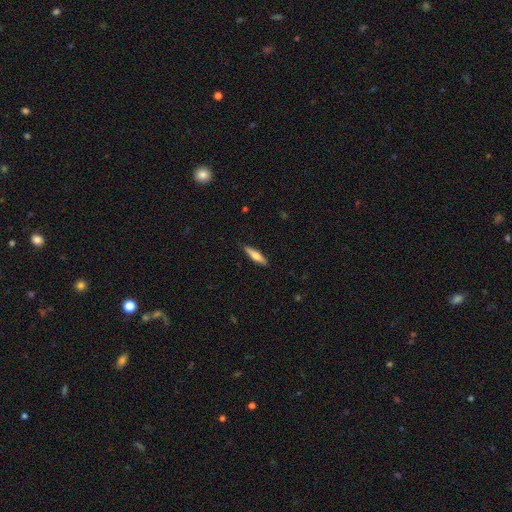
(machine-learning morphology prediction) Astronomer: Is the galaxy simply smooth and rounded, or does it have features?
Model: smooth — 58% (runner-up: featured or disk, 36%).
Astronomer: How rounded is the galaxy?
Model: cigar-shaped — 75%.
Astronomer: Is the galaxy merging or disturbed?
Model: none — 87%.